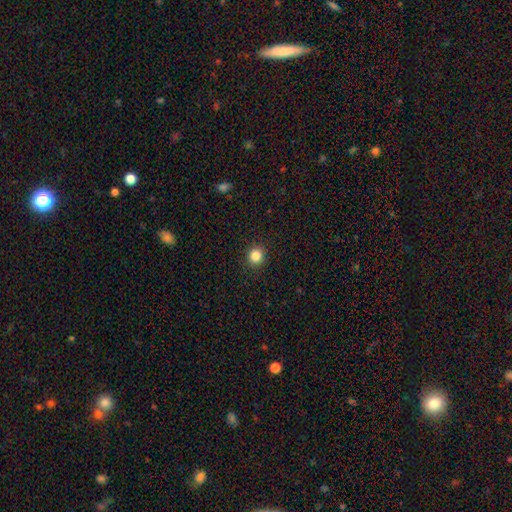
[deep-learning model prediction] Smooth or featured? Predicted: smooth (p=0.84). How rounded? Predicted: round (p=0.90). Merging? Predicted: none (p=0.92).